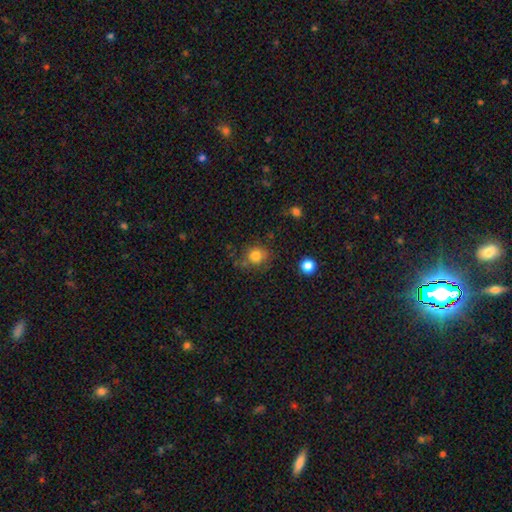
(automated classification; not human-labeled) Q: Smooth or featured?
A: smooth (81%); runner-up: star or artifact (12%)
Q: How rounded?
A: round (82%); runner-up: in between (17%)
Q: Merging?
A: none (74%); runner-up: minor disturbance (16%)